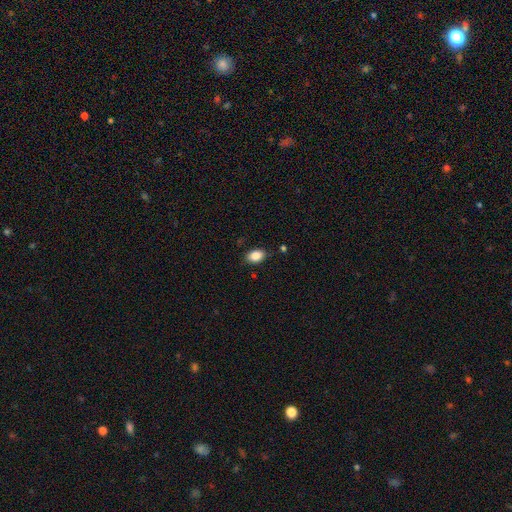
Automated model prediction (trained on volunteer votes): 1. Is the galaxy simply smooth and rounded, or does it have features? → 87% smooth, 8% star or artifact, 5% featured or disk.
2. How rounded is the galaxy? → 88% in between, 11% round, 1% cigar-shaped.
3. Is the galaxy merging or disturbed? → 84% none, 12% minor disturbance, 3% major disturbance, 2% merger.